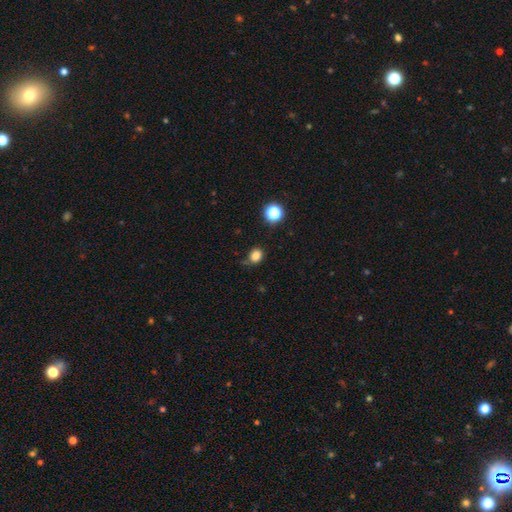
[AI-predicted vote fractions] smooth 82%, star or artifact 14%, featured or disk 4%. Down the decision tree: how rounded — round (70%); merging — none (73%).